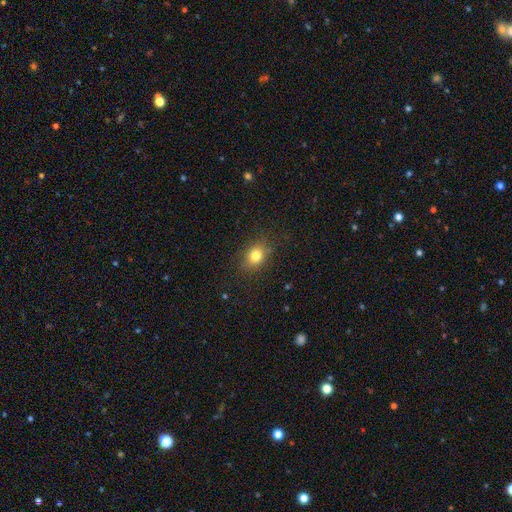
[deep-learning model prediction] Q: Smooth or featured?
A: smooth (80%); runner-up: star or artifact (12%)
Q: How rounded?
A: in between (54%); runner-up: round (45%)
Q: Merging?
A: none (83%); runner-up: minor disturbance (12%)